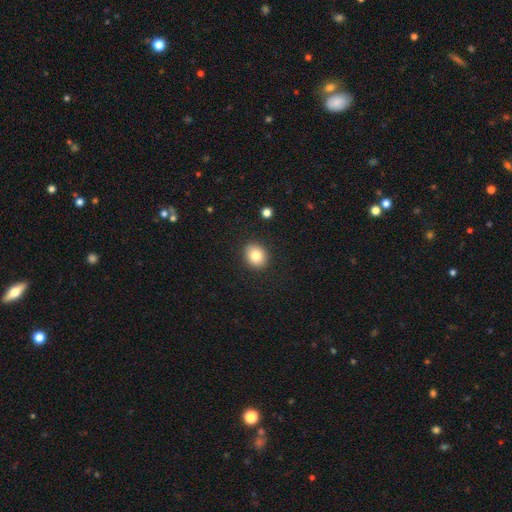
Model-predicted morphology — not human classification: Overall: smooth (81%). How rounded: round (64%; in between 35%). Merging: none (90%).